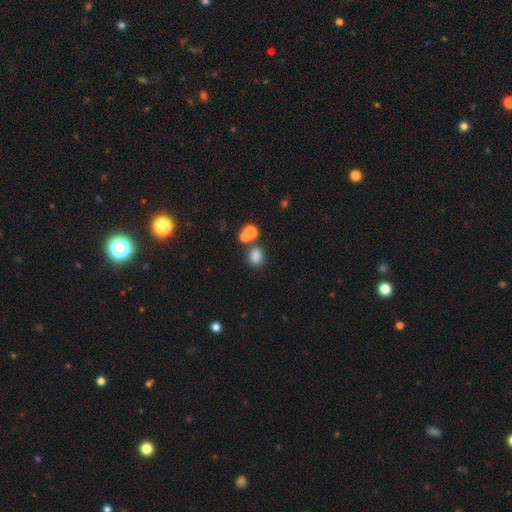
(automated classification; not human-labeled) This appears to be a smooth galaxy with no disk features (80%) that is round (53%). Merging: none (64%).